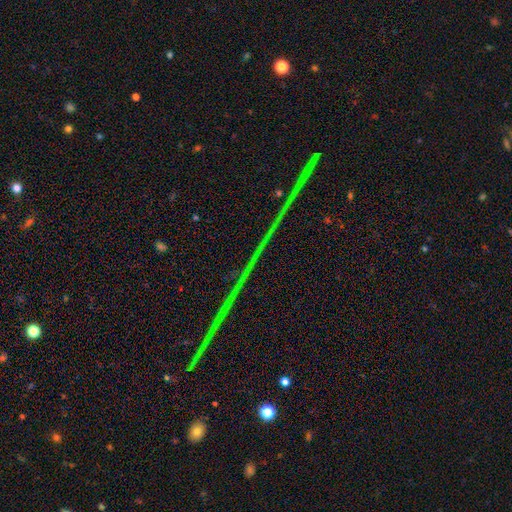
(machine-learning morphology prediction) This is clearly a star or artifact rather than a galaxy (84%).